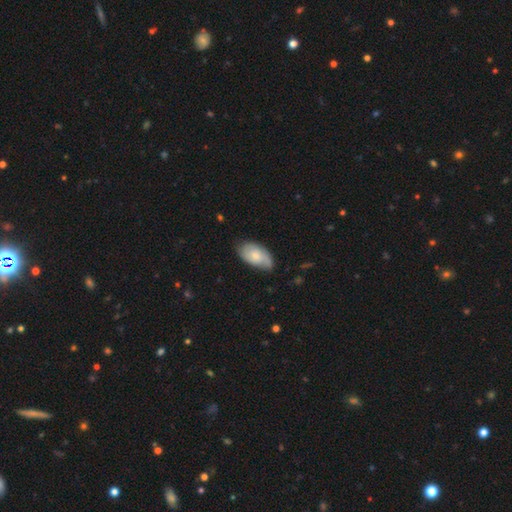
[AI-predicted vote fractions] smooth-or-featured: featured or disk: 47% (tied) | smooth: 47% (tied) | star or artifact: 6%
  merging: none: 61% | minor disturbance: 30% | major disturbance: 7% | merger: 2%